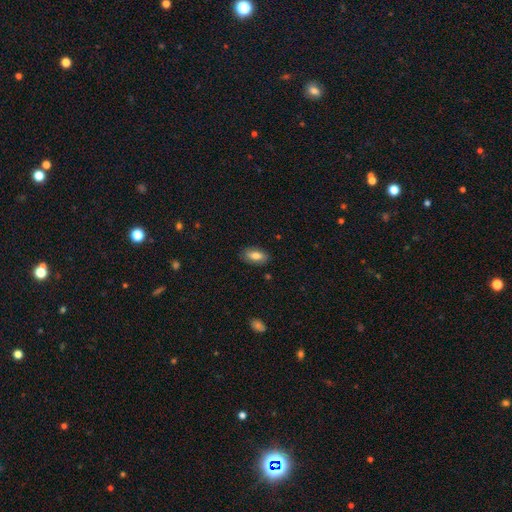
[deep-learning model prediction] A smooth galaxy with no disk features (77%) that is in between round and cigar-shaped (89%).

Vote fractions:
- Smooth or featured? smooth: 77% / featured or disk: 16% / star or artifact: 7%
- How rounded? in between: 89% / cigar-shaped: 7% / round: 4%
- Merging? none: 83% / minor disturbance: 13% / major disturbance: 3% / merger: 1%